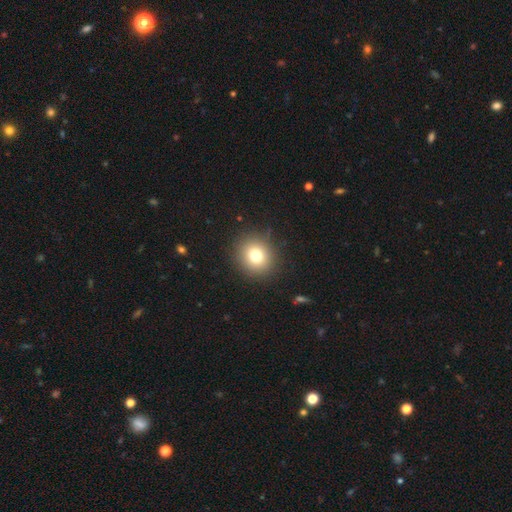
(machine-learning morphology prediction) Overall: smooth (77%). How rounded: round (85%). Merging: none (89%).